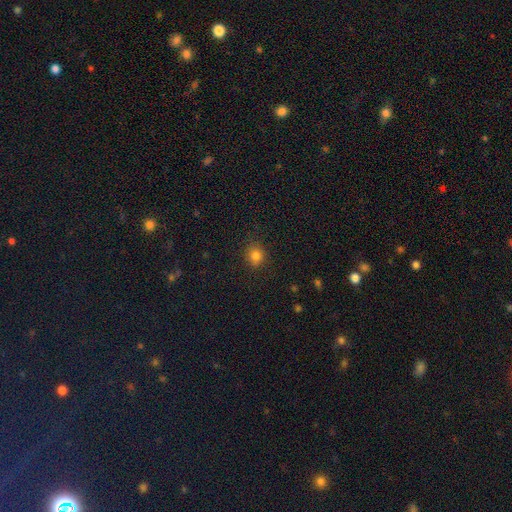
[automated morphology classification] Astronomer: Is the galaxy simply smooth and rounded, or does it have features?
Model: smooth — 82%.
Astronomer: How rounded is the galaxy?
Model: round — 81%.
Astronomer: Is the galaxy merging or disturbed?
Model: none — 86%.